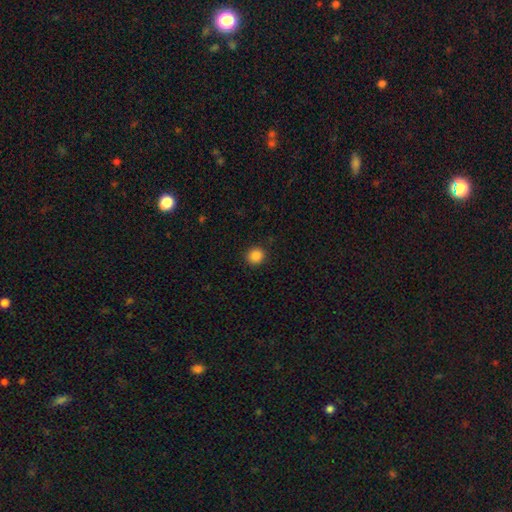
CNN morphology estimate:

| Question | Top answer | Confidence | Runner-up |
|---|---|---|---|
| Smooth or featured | smooth | 86% | star or artifact (10%) |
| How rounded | round | 90% | in between (10%) |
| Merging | none | 91% | minor disturbance (6%) |